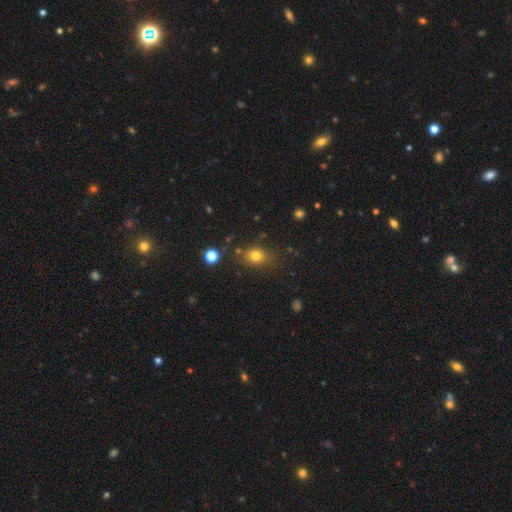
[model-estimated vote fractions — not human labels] smooth_or_featured: smooth (p=0.77) [alt: star or artifact p=0.14]
how_rounded: in between (p=0.57) [alt: round p=0.42]
merging: none (p=0.77) [alt: minor disturbance p=0.14]